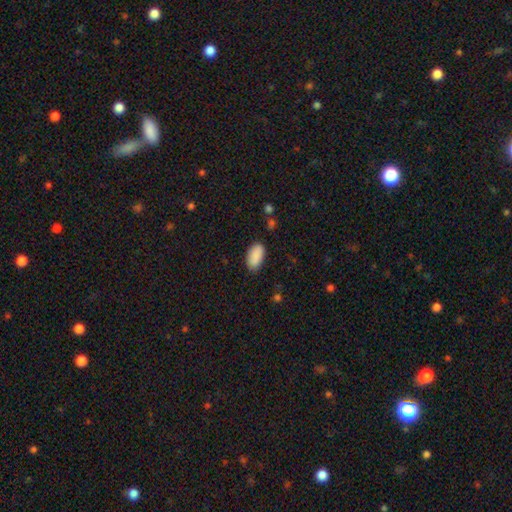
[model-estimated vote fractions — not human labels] The model was most divided on "merging": none: 84%, minor disturbance: 12%, major disturbance: 3%, merger: 1%. More confident: how rounded — in between (94%); smooth or featured — smooth (90%).